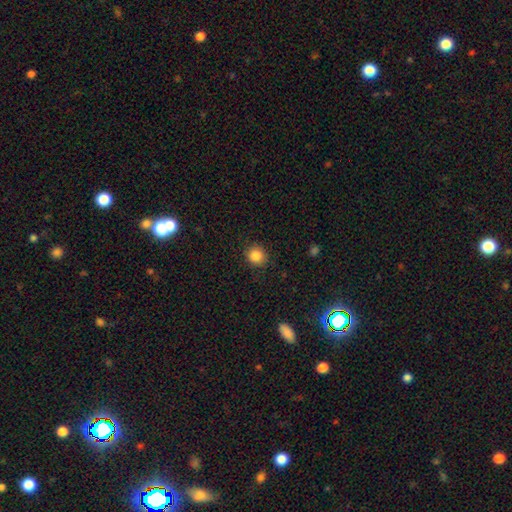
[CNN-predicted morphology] Smooth or featured: smooth — 86% (star or artifact — 10%)
How rounded: round — 89% (in between — 10%)
Merging: none — 89% (minor disturbance — 8%)